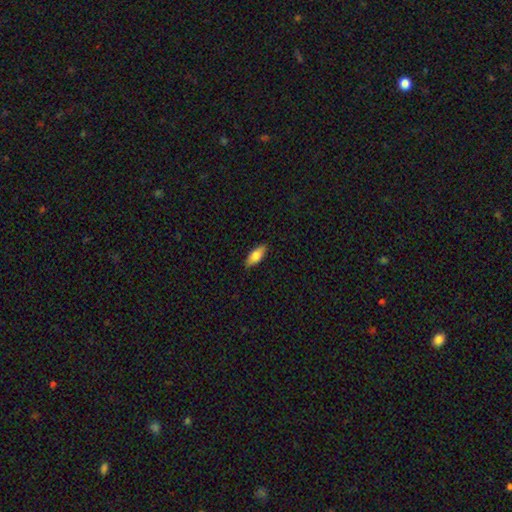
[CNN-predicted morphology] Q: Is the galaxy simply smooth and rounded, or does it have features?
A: smooth — 74%.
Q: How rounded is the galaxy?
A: in between — 78%.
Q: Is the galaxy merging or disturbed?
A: none — 87%.